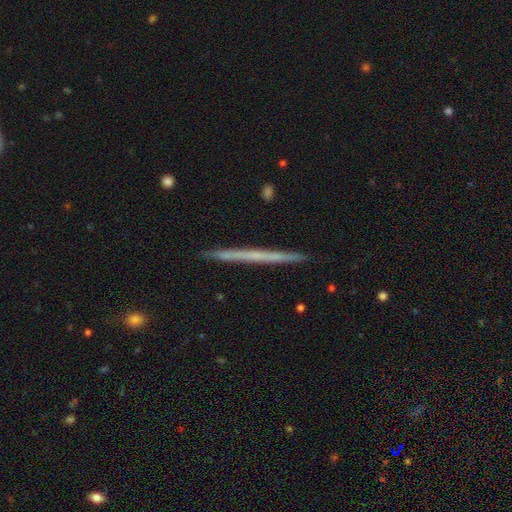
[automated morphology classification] featured or disk 55%, smooth 39%, star or artifact 6%. Down the decision tree: edge-on disk — yes (98%); edge-on bulge — none (91%); merging — none (92%).